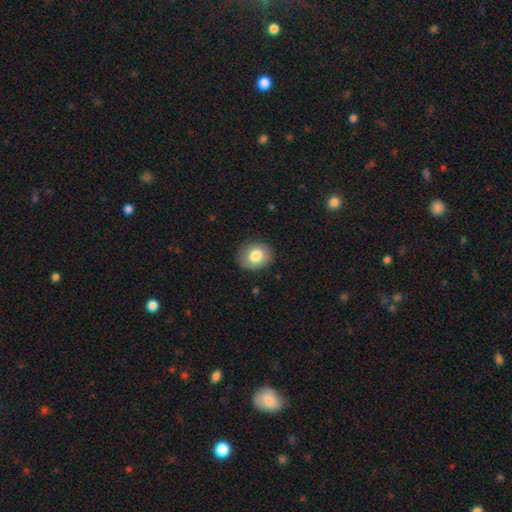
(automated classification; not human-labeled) smooth_or_featured: smooth (p=0.79) [alt: featured or disk p=0.13]
how_rounded: round (p=0.58) [alt: in between p=0.42]
merging: none (p=0.84) [alt: minor disturbance p=0.12]